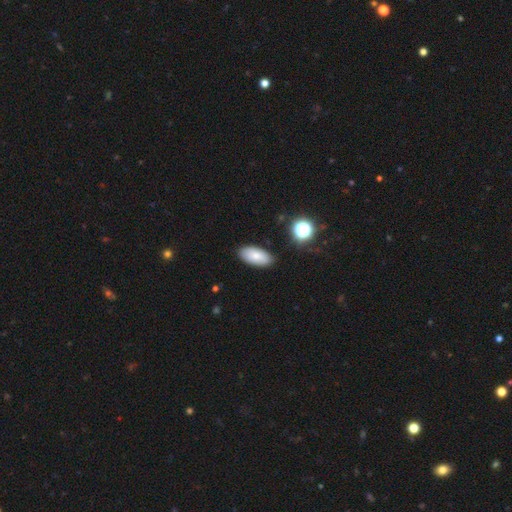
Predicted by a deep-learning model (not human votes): The model was most divided on "smooth or featured": smooth: 80%, featured or disk: 12%, star or artifact: 8%. More confident: how rounded — in between (92%); merging — none (86%).